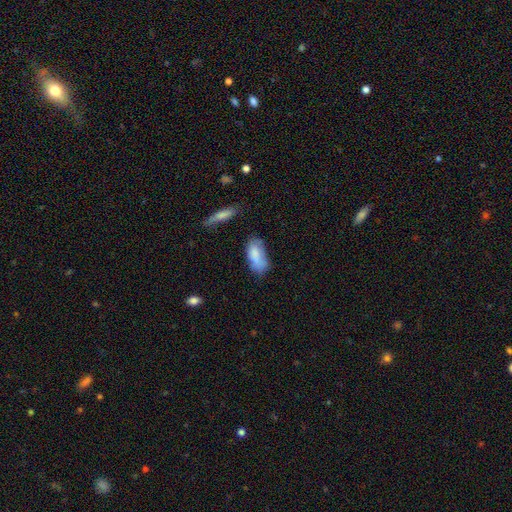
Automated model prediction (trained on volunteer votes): Smooth or featured? Predicted: smooth (p=0.79). How rounded? Predicted: in between (p=0.89). Merging? Predicted: none (p=0.49).